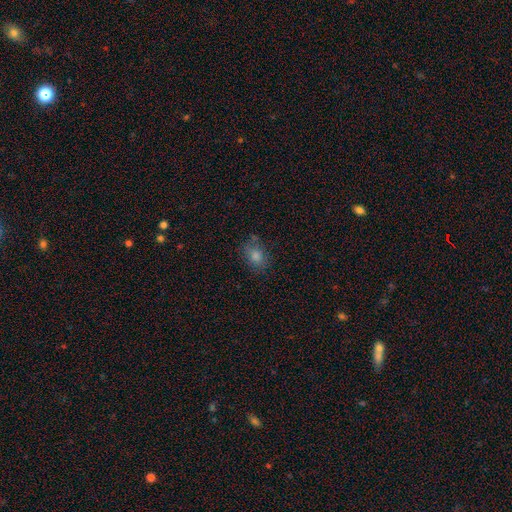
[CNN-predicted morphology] smooth_or_featured: smooth (p=0.75) [alt: star or artifact p=0.16]
how_rounded: in between (p=0.63) [alt: round p=0.36]
merging: none (p=0.75) [alt: minor disturbance p=0.17]